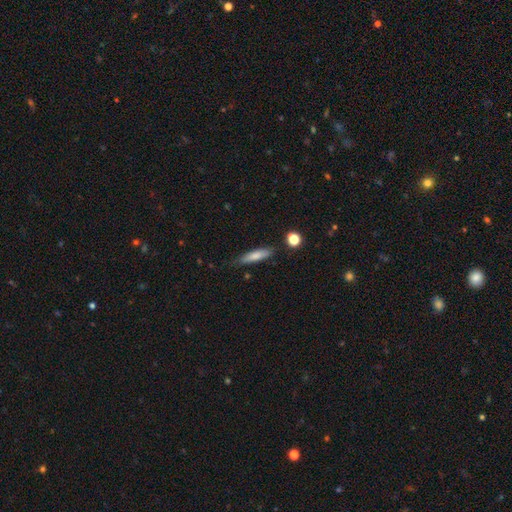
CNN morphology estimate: Smooth or featured? smooth (75%)
How rounded? cigar-shaped (78%)
Merging? none (74%)